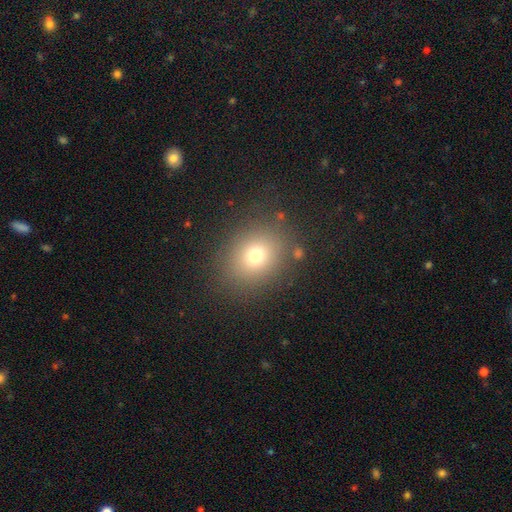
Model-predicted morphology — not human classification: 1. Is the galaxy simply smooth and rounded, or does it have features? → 73% smooth, 16% star or artifact, 11% featured or disk.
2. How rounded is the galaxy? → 64% round, 35% in between, 1% cigar-shaped.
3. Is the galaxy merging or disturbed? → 84% none, 9% minor disturbance, 5% major disturbance, 2% merger.